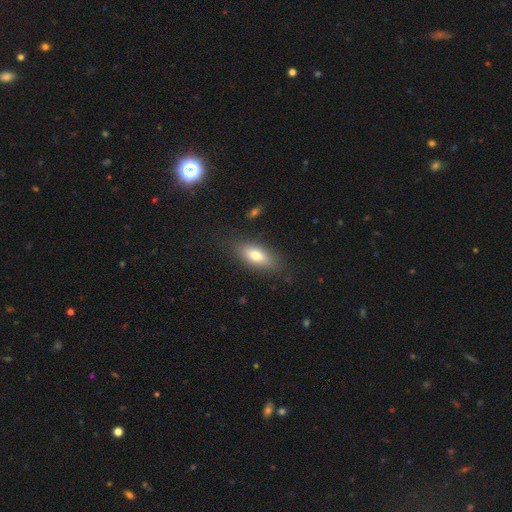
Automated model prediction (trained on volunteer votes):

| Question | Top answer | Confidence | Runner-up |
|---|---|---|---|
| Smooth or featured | smooth | 75% | featured or disk (18%) |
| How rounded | in between | 79% | cigar-shaped (17%) |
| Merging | none | 82% | minor disturbance (13%) |